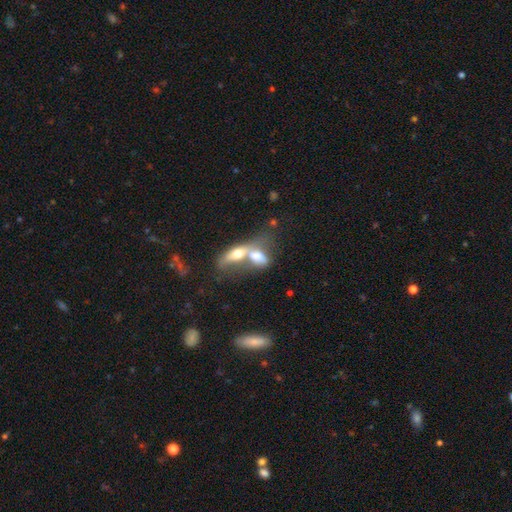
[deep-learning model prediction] Morphology: type=smooth (57%); roundness=in between (69%); merging=merger (76%).